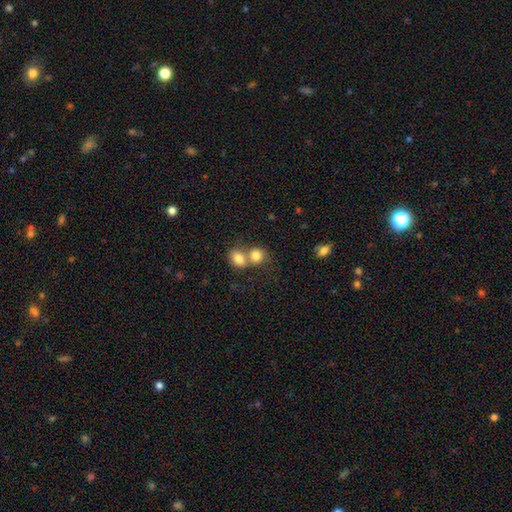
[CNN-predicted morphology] Smooth or featured: smooth — 81% (featured or disk — 10%)
How rounded: round — 65% (in between — 34%)
Merging: merger — 62% (none — 29%)